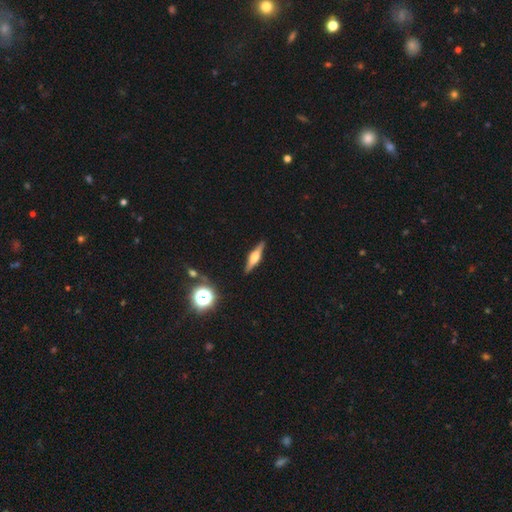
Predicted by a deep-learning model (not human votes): smooth-or-featured: featured or disk: 72% | smooth: 21% | star or artifact: 8%
  disk-edge-on: yes: 97% | no: 3%
    edge-on-bulge: rounded: 87% | boxy: 11% | none: 2%
  merging: none: 89% | minor disturbance: 7% | major disturbance: 2% | merger: 1%